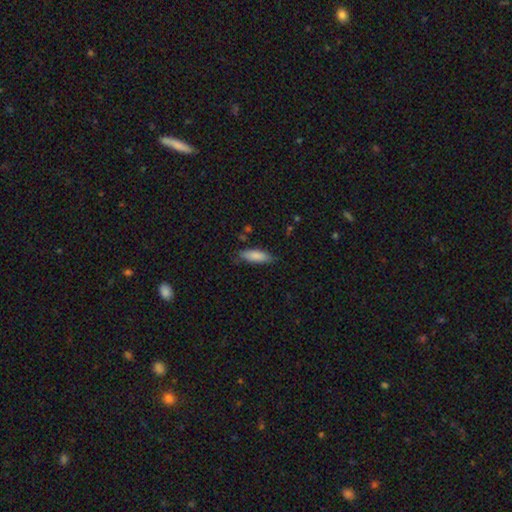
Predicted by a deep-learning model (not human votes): smooth 85%, featured or disk 9%, star or artifact 6%. Down the decision tree: how rounded — in between (57%); merging — none (77%).